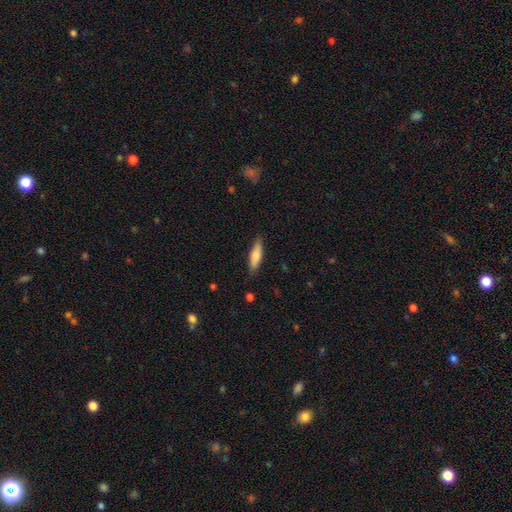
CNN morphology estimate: Smooth or featured: smooth — 72% (featured or disk — 22%)
How rounded: cigar-shaped — 66% (in between — 33%)
Merging: none — 85% (minor disturbance — 11%)